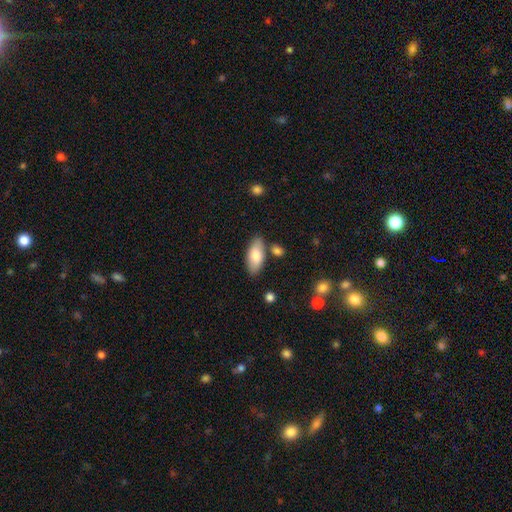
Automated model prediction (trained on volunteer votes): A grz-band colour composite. It shows a smooth galaxy with no disk features (76%) that is in between round and cigar-shaped (89%). Merging: none (78%).